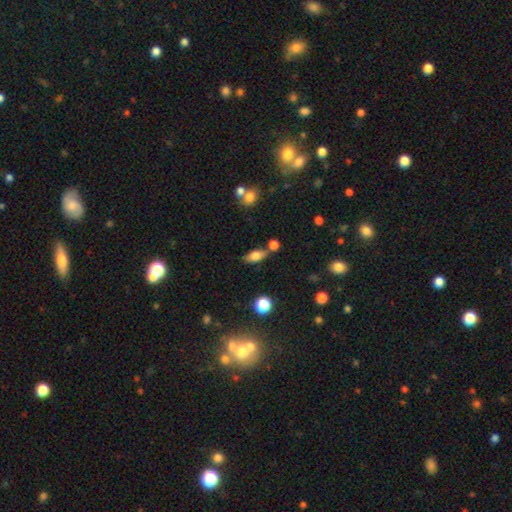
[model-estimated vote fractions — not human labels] smooth 72%, featured or disk 18%, star or artifact 10%. Down the decision tree: how rounded — in between (79%); merging — none (66%).